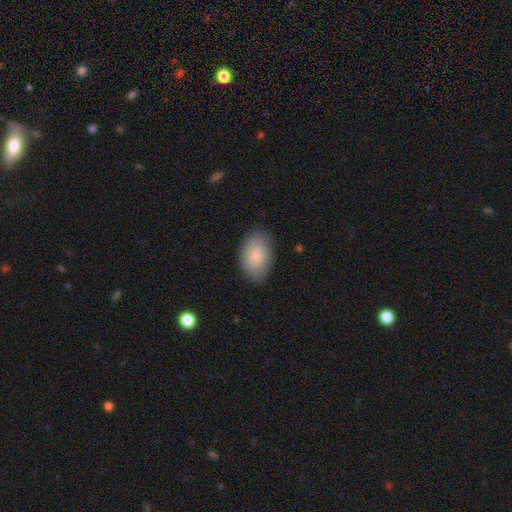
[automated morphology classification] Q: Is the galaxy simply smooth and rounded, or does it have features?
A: smooth — 84%.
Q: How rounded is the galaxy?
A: in between — 89%.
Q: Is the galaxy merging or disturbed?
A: none — 81%.